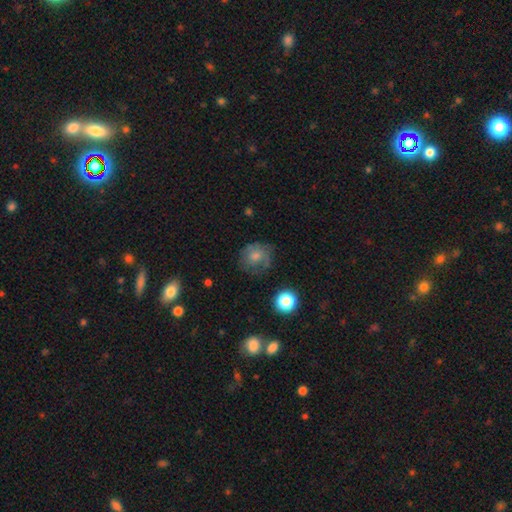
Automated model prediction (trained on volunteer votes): A smooth galaxy with no disk features (64%) that is round (75%).

Vote fractions:
- Smooth or featured? smooth: 64% / featured or disk: 24% / star or artifact: 12%
- How rounded? round: 75% / in between: 24% / cigar-shaped: 1%
- Merging? none: 55% / minor disturbance: 26% / major disturbance: 17% / merger: 2%